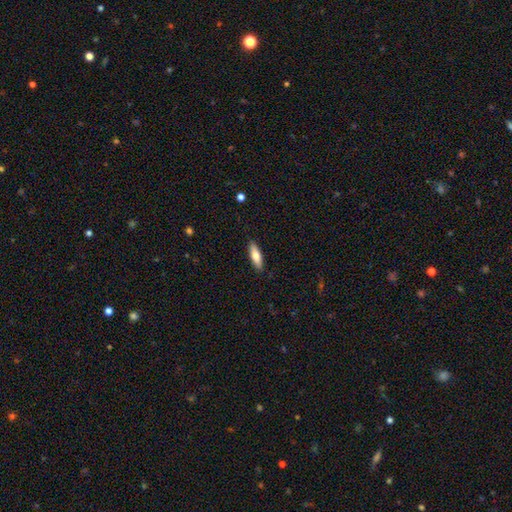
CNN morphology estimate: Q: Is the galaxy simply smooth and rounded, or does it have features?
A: smooth — 70%.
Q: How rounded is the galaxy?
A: cigar-shaped — 50%.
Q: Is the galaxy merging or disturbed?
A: none — 89%.